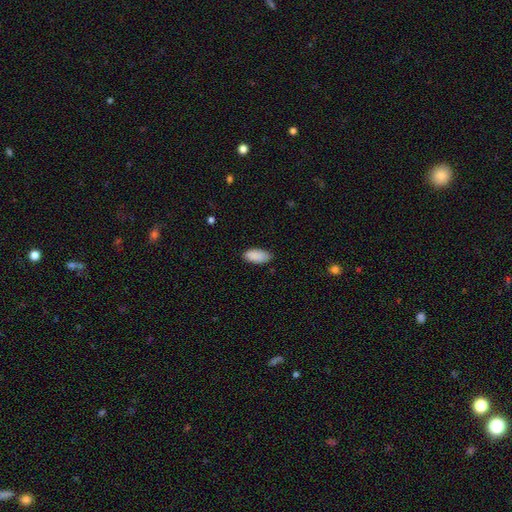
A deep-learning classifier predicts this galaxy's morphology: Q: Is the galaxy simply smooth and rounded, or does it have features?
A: smooth — 90%.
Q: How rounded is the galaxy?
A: in between — 93%.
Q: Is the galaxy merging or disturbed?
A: none — 81%.